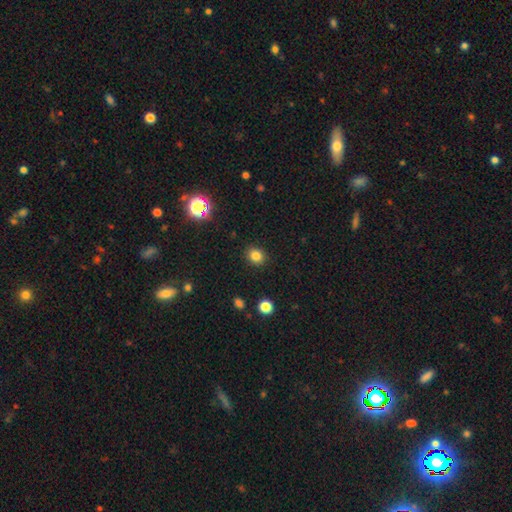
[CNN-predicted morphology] Smooth or featured? smooth (82%)
How rounded? round (69%)
Merging? none (90%)